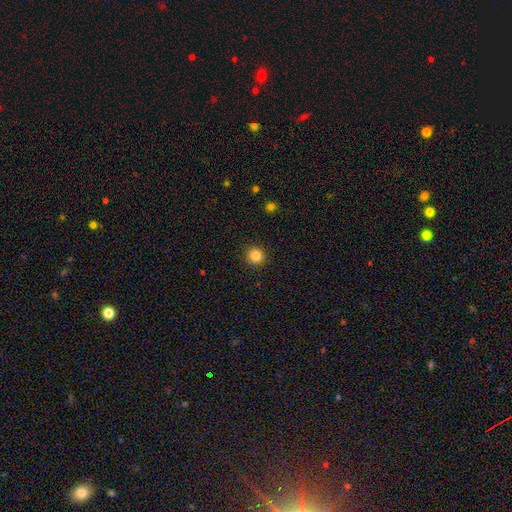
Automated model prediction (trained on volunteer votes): Smooth or featured?
  - smooth: 85% *
  - star or artifact: 11%
  - featured or disk: 4%
How rounded?
  - round: 93% *
  - in between: 6%
  - cigar-shaped: 1%
Merging?
  - none: 91% *
  - minor disturbance: 6%
  - major disturbance: 2%
  - merger: 1%